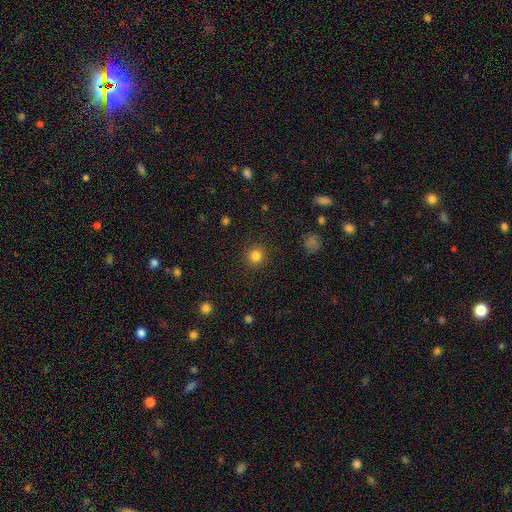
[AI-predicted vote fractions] A smooth galaxy with no disk features (83%) that is round (93%). Merging: none (91%).